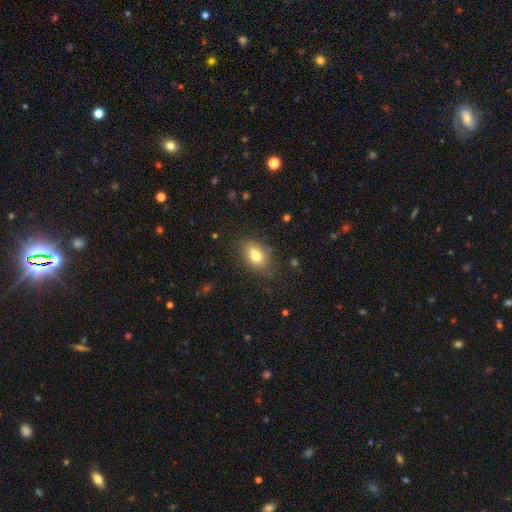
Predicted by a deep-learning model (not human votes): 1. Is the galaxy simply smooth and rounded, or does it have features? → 78% smooth, 13% featured or disk, 9% star or artifact.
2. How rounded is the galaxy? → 84% in between, 13% round, 3% cigar-shaped.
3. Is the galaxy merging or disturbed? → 77% none, 16% minor disturbance, 4% major disturbance, 2% merger.